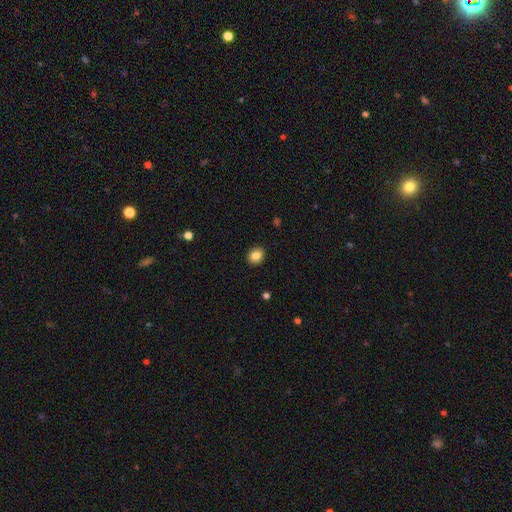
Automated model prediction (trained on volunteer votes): Smooth or featured?
  - smooth: 85% *
  - star or artifact: 9%
  - featured or disk: 5%
How rounded?
  - round: 61% *
  - in between: 39%
  - cigar-shaped: 1%
Merging?
  - none: 90% *
  - minor disturbance: 7%
  - major disturbance: 2%
  - merger: 1%